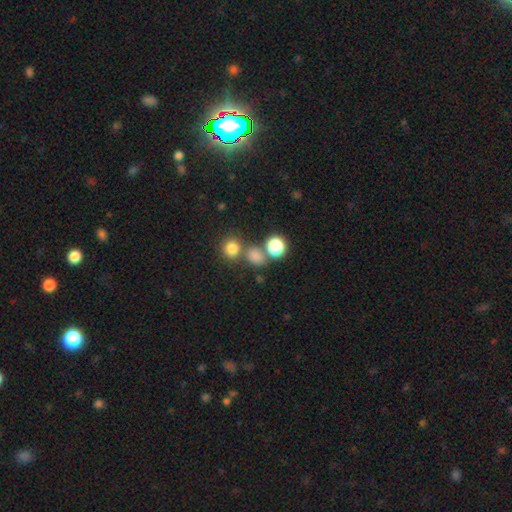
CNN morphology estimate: The model was most divided on "merging": none: 65%, merger: 22%, minor disturbance: 9%, major disturbance: 4%. More confident: smooth or featured — smooth (76%); how rounded — round (72%).